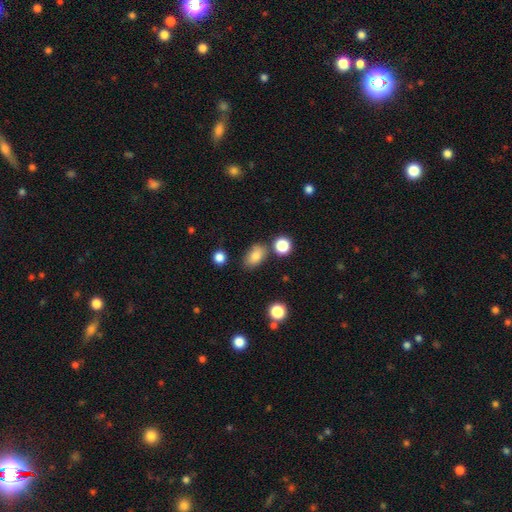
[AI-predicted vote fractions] Smooth or featured: smooth — 81% (star or artifact — 10%)
How rounded: in between — 83% (round — 14%)
Merging: none — 72% (minor disturbance — 16%)